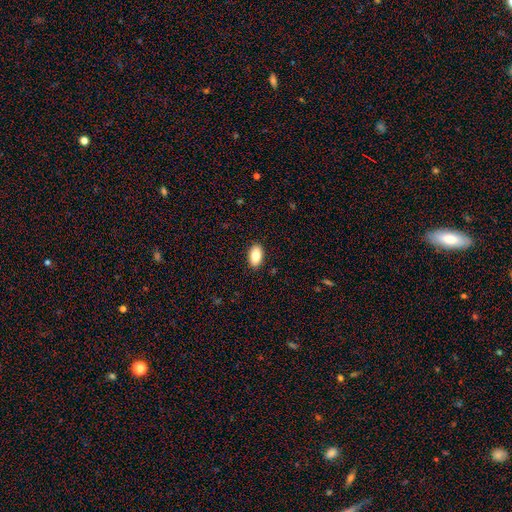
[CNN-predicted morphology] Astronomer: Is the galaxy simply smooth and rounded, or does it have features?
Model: smooth — 86%.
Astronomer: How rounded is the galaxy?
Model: in between — 93%.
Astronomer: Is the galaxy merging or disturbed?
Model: none — 90%.